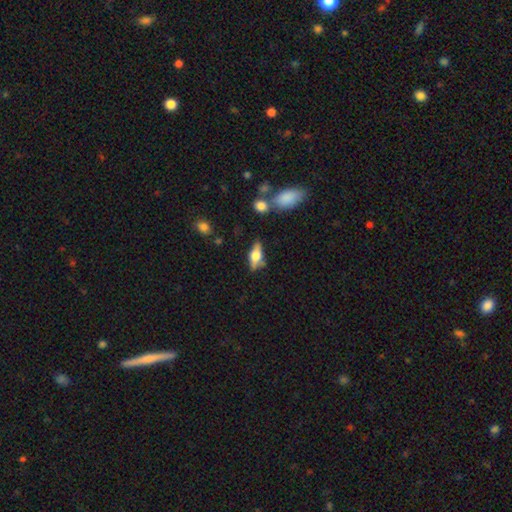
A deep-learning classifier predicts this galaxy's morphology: A featured or disk galaxy (49%). Merging: none (73%).